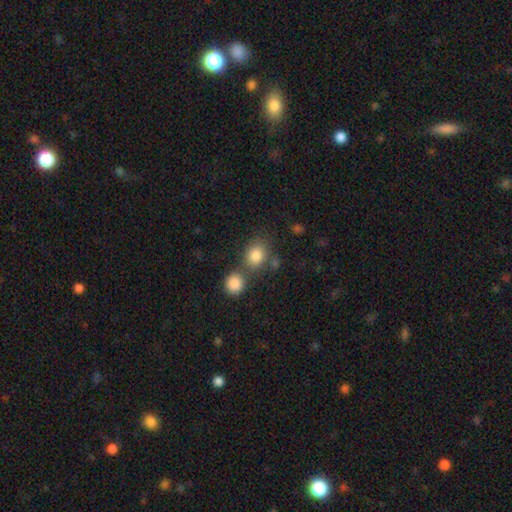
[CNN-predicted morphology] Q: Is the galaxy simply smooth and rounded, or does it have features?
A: smooth — 83%.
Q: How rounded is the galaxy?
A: round — 57%.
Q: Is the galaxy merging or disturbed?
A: none — 54%.